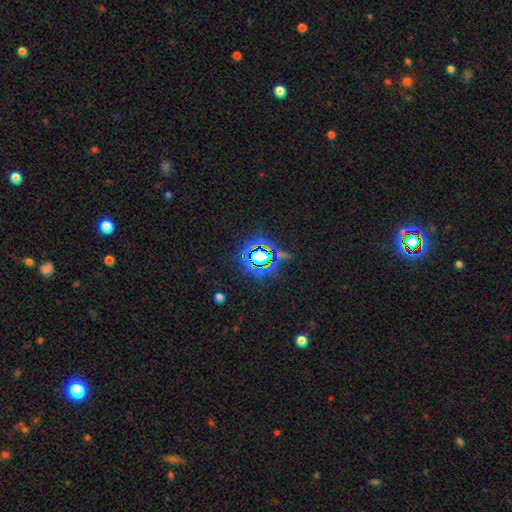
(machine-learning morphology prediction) Smooth or featured?
  - star or artifact: 74% *
  - smooth: 16%
  - featured or disk: 11%